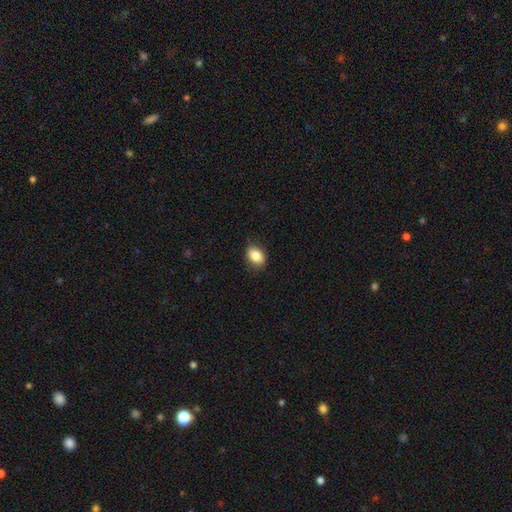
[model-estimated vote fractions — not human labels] Q: Smooth or featured?
A: smooth (86%); runner-up: star or artifact (8%)
Q: How rounded?
A: in between (78%); runner-up: round (20%)
Q: Merging?
A: none (85%); runner-up: minor disturbance (12%)